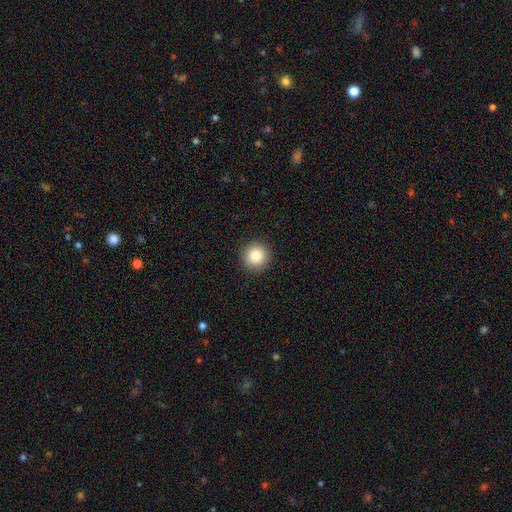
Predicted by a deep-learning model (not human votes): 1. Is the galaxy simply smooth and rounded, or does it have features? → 84% smooth, 10% star or artifact, 6% featured or disk.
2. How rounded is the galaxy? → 96% round, 4% in between, 1% cigar-shaped.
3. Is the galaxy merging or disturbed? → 92% none, 5% minor disturbance, 2% major disturbance, 1% merger.